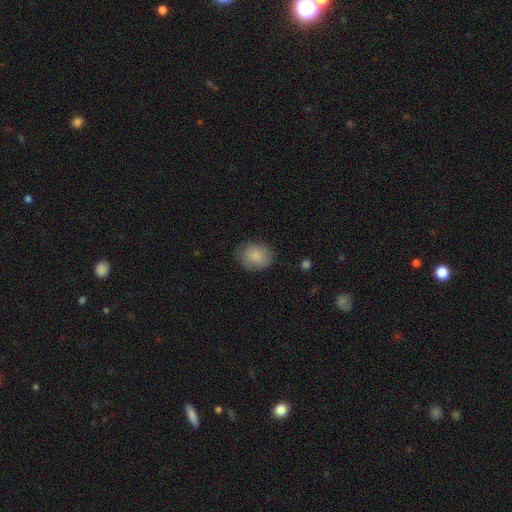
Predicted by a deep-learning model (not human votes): Morphology: type=smooth (83%); roundness=round (52%); merging=none (79%).